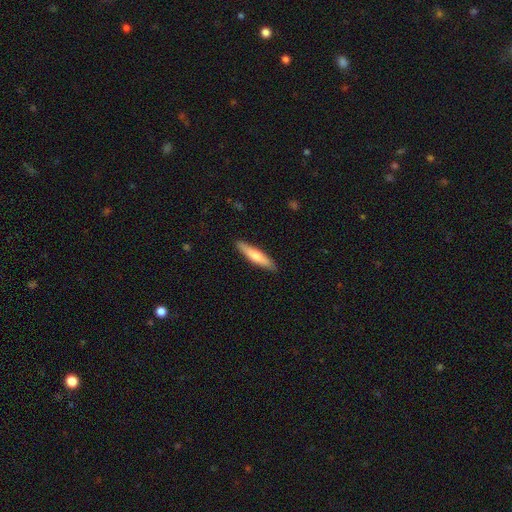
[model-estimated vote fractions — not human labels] Smooth or featured? Predicted: smooth (p=0.65). How rounded? Predicted: cigar-shaped (p=0.87). Merging? Predicted: none (p=0.90).